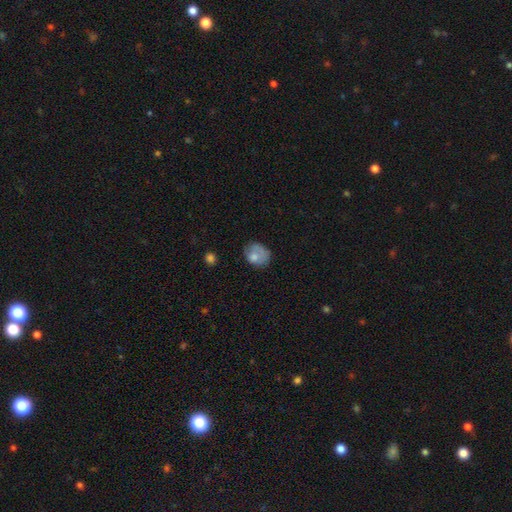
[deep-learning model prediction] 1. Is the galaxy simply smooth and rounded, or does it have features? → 69% smooth, 22% featured or disk, 8% star or artifact.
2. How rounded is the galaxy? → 52% round, 47% in between, 1% cigar-shaped.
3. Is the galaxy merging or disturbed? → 49% none, 30% minor disturbance, 17% major disturbance, 4% merger.